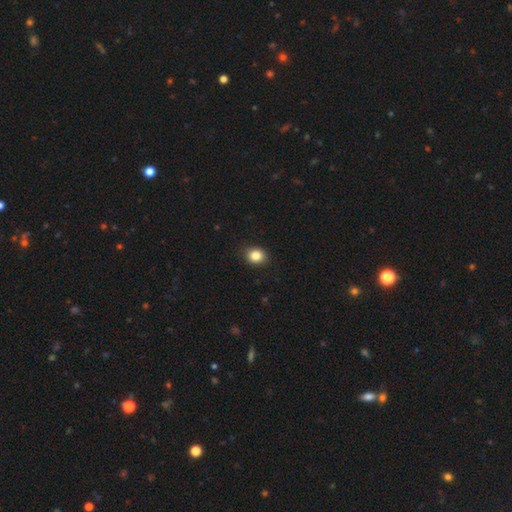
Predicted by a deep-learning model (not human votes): smooth-or-featured: smooth: 85% | star or artifact: 10% | featured or disk: 5%
  how-rounded: round: 62% | in between: 37% | cigar-shaped: 1%
  merging: none: 89% | minor disturbance: 8% | major disturbance: 2% | merger: 1%